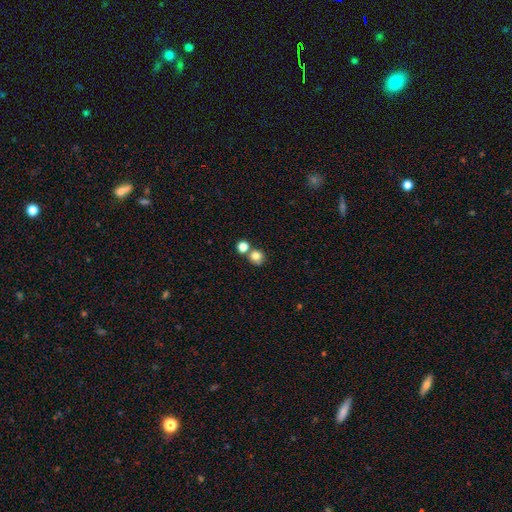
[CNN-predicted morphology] Q: Smooth or featured?
A: smooth (81%); runner-up: star or artifact (12%)
Q: How rounded?
A: round (84%); runner-up: in between (15%)
Q: Merging?
A: none (57%); runner-up: merger (30%)